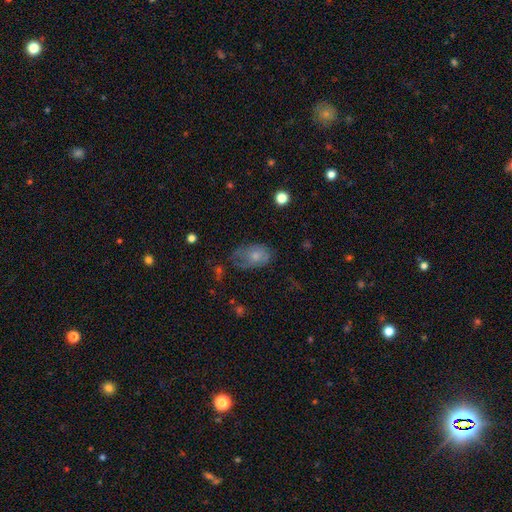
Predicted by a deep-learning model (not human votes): This appears to be a smooth galaxy with no disk features (60%) that is in between round and cigar-shaped (87%). Merging: none (43%).